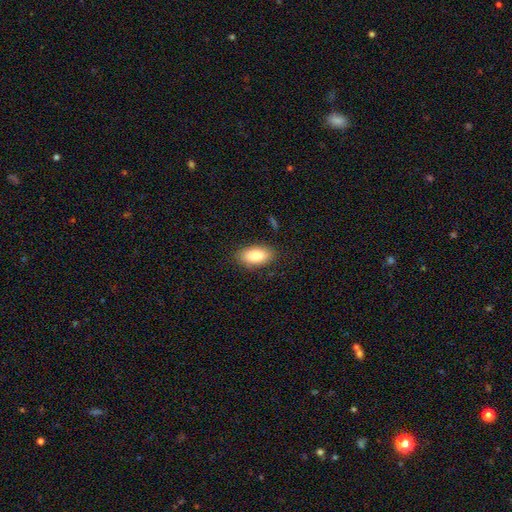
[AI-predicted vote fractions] Morphology: type=smooth (85%); roundness=in between (92%); merging=none (84%).